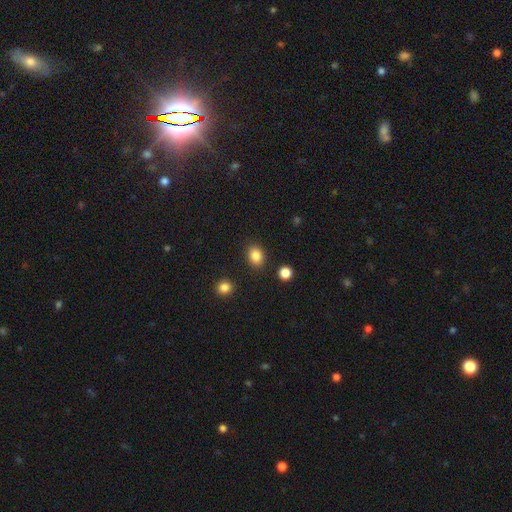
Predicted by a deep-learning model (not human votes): Smooth or featured?
  - smooth: 86% *
  - star or artifact: 10%
  - featured or disk: 4%
How rounded?
  - in between: 53% *
  - round: 46%
  - cigar-shaped: 1%
Merging?
  - none: 86% *
  - minor disturbance: 8%
  - merger: 3%
  - major disturbance: 3%